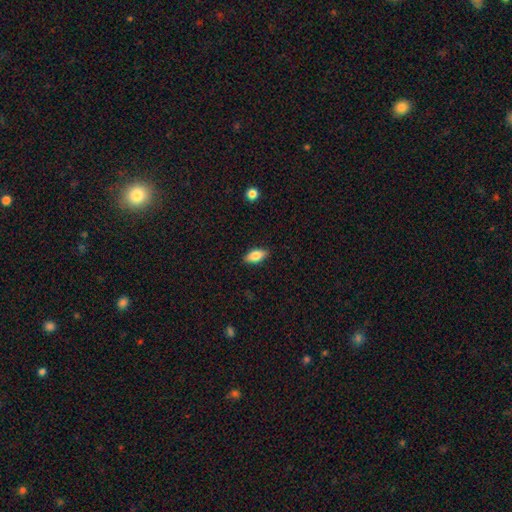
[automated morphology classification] Smooth or featured? smooth (80%)
How rounded? in between (87%)
Merging? none (88%)